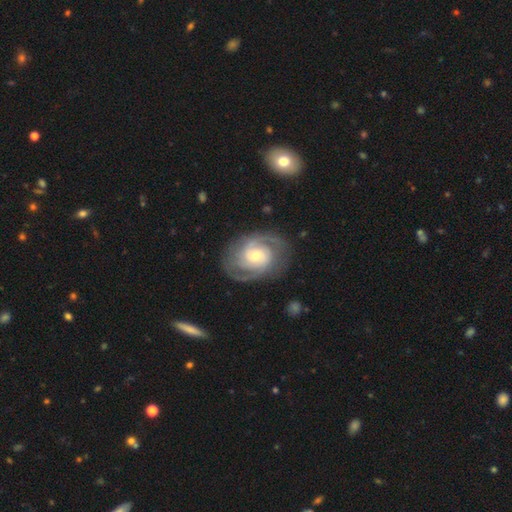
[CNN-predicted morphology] Smooth or featured: featured or disk — 85% (smooth — 10%)
Edge-on disk: no — 97% (yes — 3%)
Bar: no — 63% (weak — 29%)
Spiral arms: yes — 95% (no — 5%)
Spiral winding: tight — 49% (medium — 40%)
Spiral arm count: 2 — 58% (3 — 16%)
Bulge size: small — 49% (moderate — 44%)
Merging: none — 77% (minor disturbance — 15%)